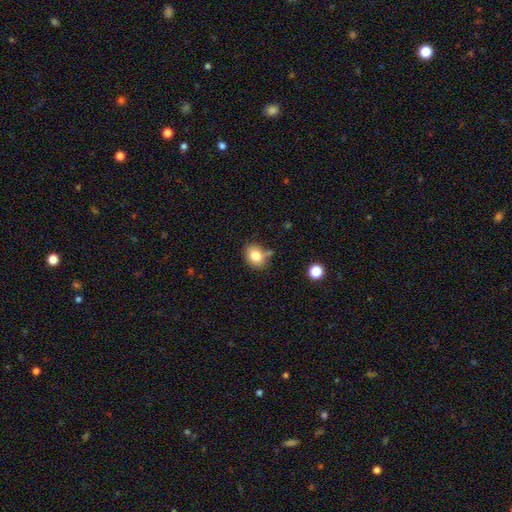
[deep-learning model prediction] Smooth or featured: smooth — 81% (star or artifact — 10%)
How rounded: in between — 55% (round — 44%)
Merging: none — 65% (minor disturbance — 21%)